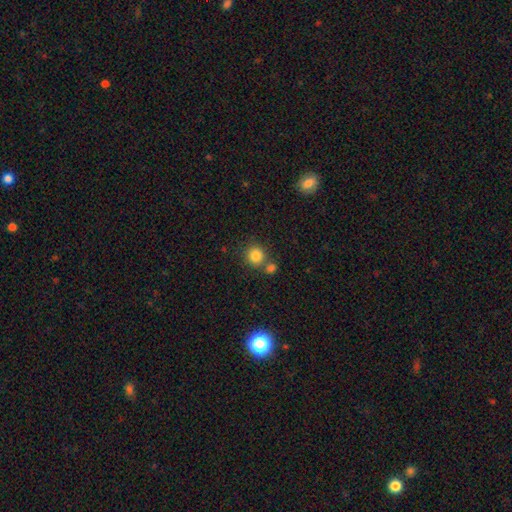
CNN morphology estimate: A smooth galaxy with no disk features (83%) that is round (91%).

Vote fractions:
- Smooth or featured? smooth: 83% / star or artifact: 11% / featured or disk: 6%
- How rounded? round: 91% / in between: 8% / cigar-shaped: 1%
- Merging? none: 66% / merger: 23% / minor disturbance: 8% / major disturbance: 3%